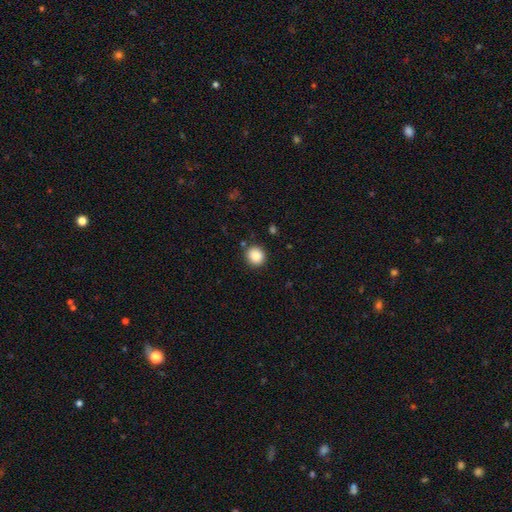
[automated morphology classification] This appears to be a smooth galaxy with no disk features (87%) that is round (87%). Merging: none (88%).